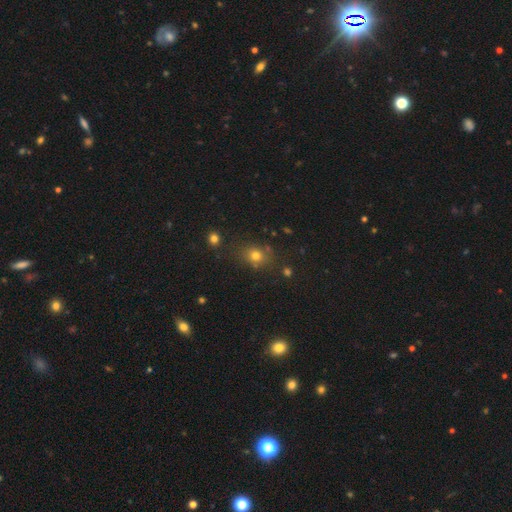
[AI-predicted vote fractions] Smooth or featured: smooth — 73% (star or artifact — 18%)
How rounded: round — 64% (in between — 34%)
Merging: none — 75% (minor disturbance — 14%)